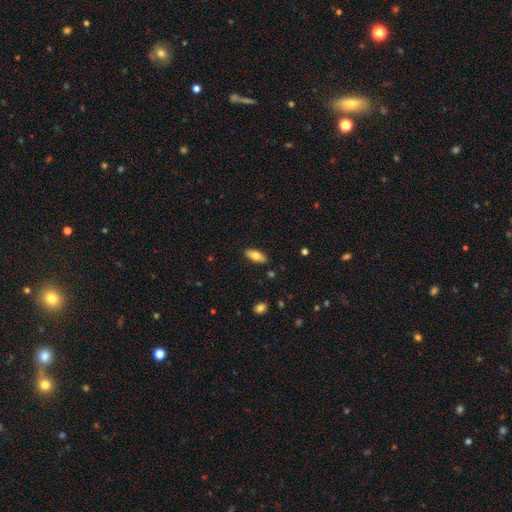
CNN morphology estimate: type=smooth (73%); roundness=in between (83%); merging=none (87%).